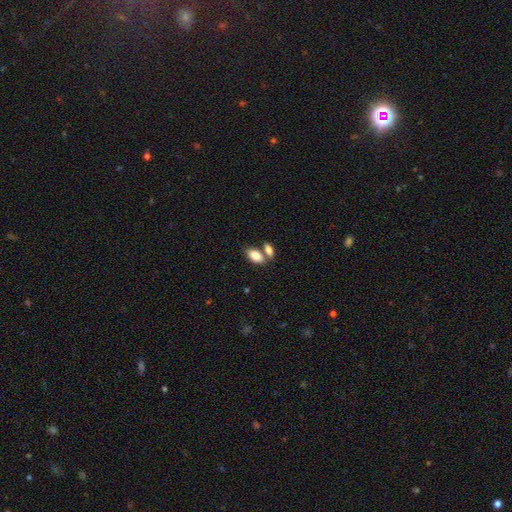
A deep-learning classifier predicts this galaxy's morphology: smooth 84%, featured or disk 9%, star or artifact 7%. Down the decision tree: how rounded — in between (92%); merging — none (50%).